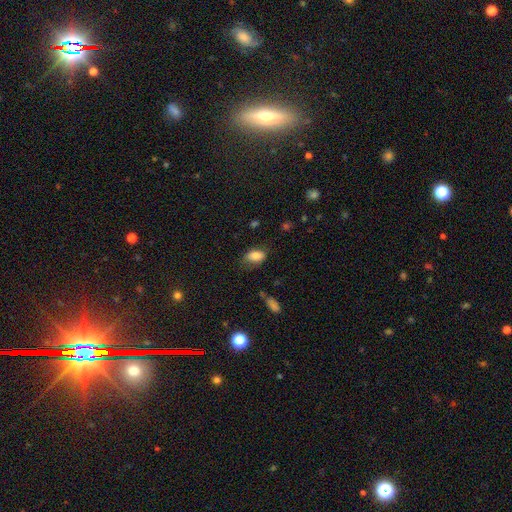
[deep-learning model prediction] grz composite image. It shows a smooth galaxy with no disk features (80%) that is in between round and cigar-shaped (90%). Merging: none (61%).